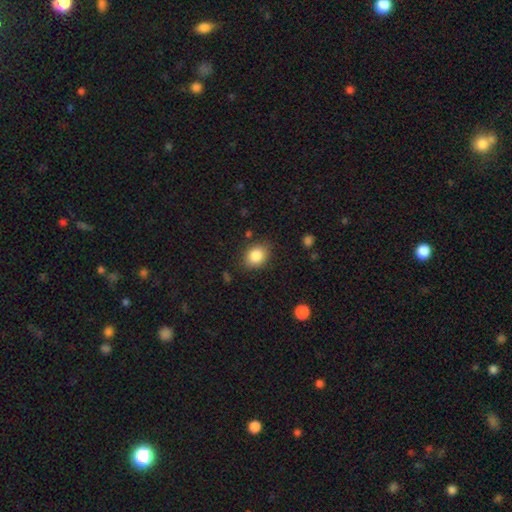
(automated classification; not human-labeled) Smooth or featured: smooth — 85% (star or artifact — 9%)
How rounded: in between — 53% (round — 46%)
Merging: none — 82% (minor disturbance — 13%)